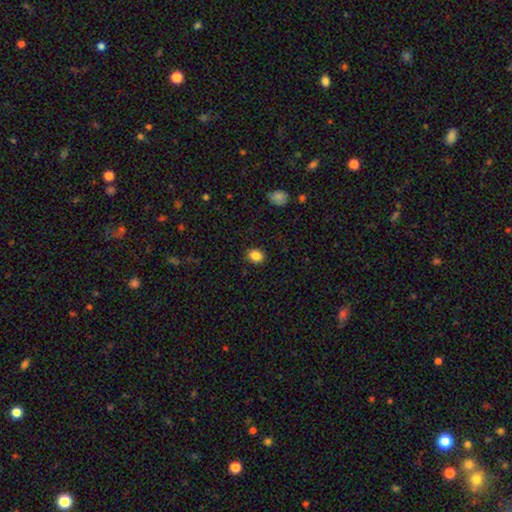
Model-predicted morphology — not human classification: Smooth or featured: smooth — 86% (star or artifact — 10%)
How rounded: round — 54% (in between — 45%)
Merging: none — 88% (minor disturbance — 9%)